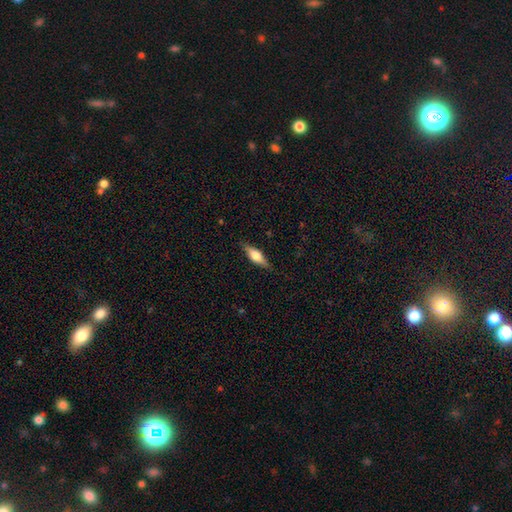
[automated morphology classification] Smooth or featured: featured or disk — 49% (smooth — 45%)
Merging: none — 84% (minor disturbance — 12%)